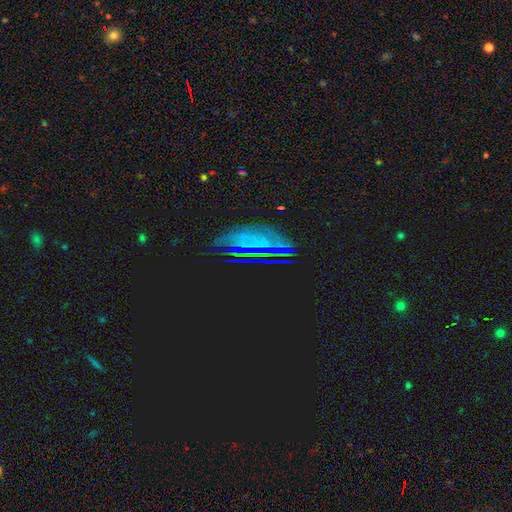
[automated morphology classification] A star or artifact, not a galaxy (50%).

Vote fractions:
- Smooth or featured? star or artifact: 50% / featured or disk: 29% / smooth: 21%